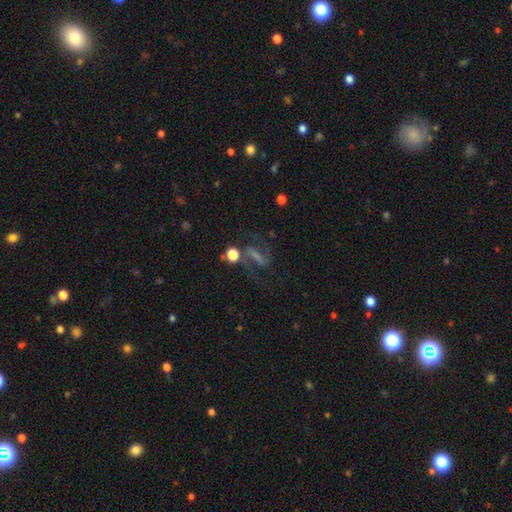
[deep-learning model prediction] This is likely a featured or disk galaxy (65%). It is clearly not viewed edge-on (93%). Bar: possibly strong (54%). Spiral arm pattern: clearly yes (89%). Spiral arm count: clearly 2 (90%). Spiral winding: possibly loose (49%). Central bulge: possibly none (47%). Merging: possibly none (60%).